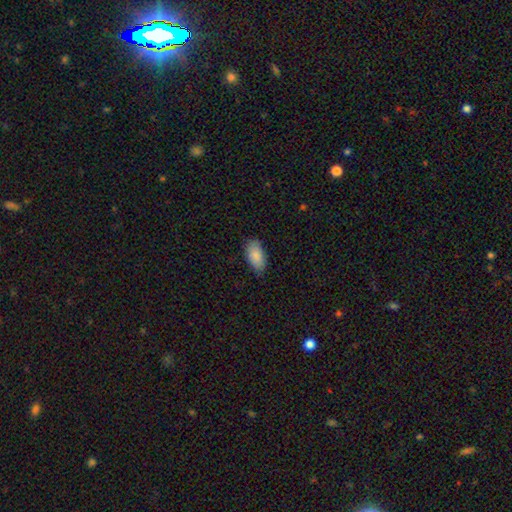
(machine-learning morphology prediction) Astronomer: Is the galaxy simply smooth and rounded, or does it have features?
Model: smooth — 88%.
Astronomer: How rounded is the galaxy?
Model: in between — 94%.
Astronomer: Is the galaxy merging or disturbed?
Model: none — 78%.